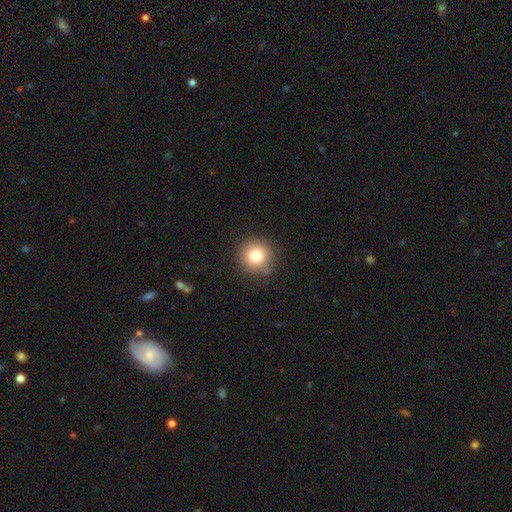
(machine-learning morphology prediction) A smooth galaxy with no disk features (79%) that is round (95%). Merging: none (85%).